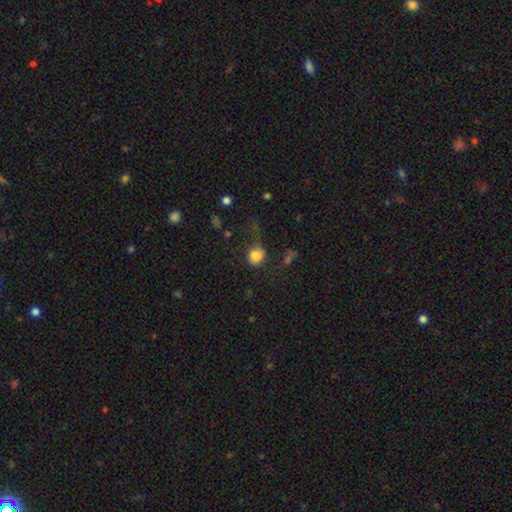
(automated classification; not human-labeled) Smooth or featured?
  - smooth: 80% *
  - star or artifact: 11%
  - featured or disk: 9%
How rounded?
  - round: 70% *
  - in between: 29%
  - cigar-shaped: 1%
Merging?
  - none: 44% *
  - minor disturbance: 26%
  - major disturbance: 25%
  - merger: 6%